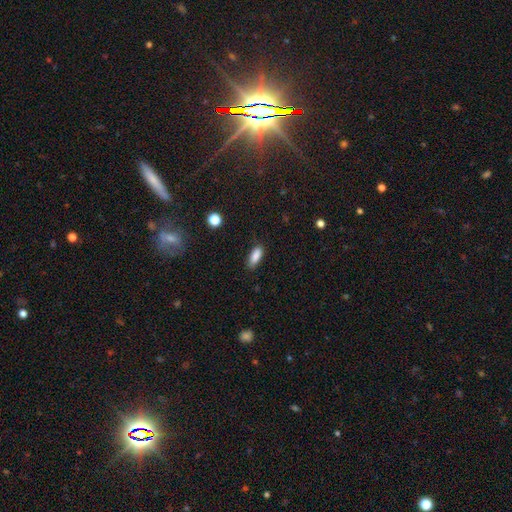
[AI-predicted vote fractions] Smooth or featured? Predicted: smooth (p=0.87). How rounded? Predicted: in between (p=0.76). Merging? Predicted: none (p=0.80).